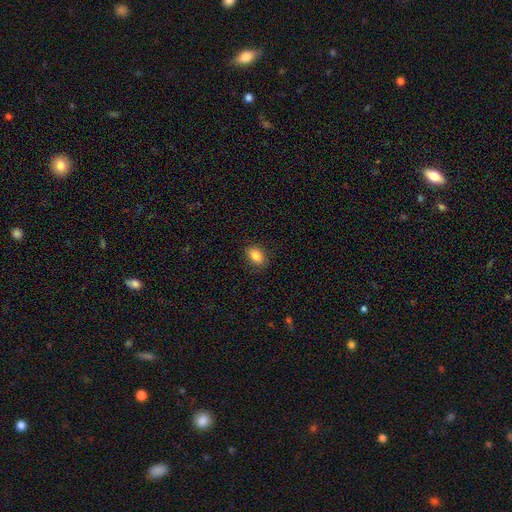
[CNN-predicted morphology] Overall: smooth (86%). How rounded: in between (83%). Merging: none (87%).